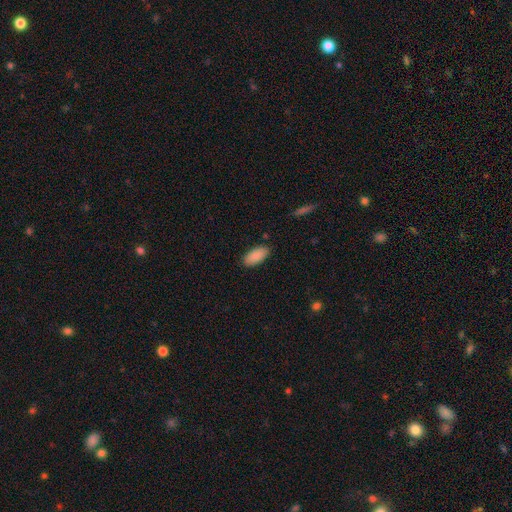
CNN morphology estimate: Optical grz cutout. It shows a smooth galaxy with no disk features (90%) that is in between round and cigar-shaped (91%). Merging: none (87%).